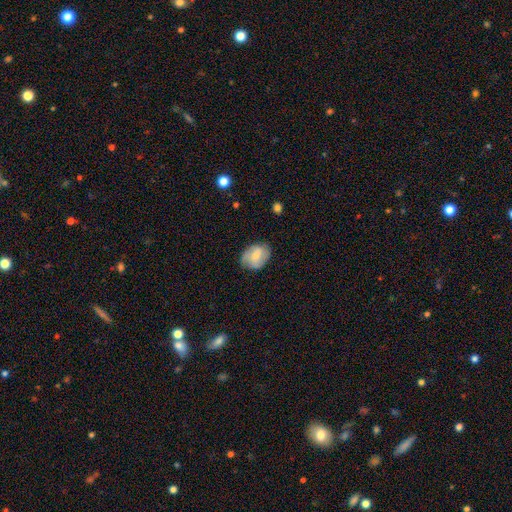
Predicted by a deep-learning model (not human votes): Smooth or featured? Predicted: smooth (p=0.59). How rounded? Predicted: in between (p=0.69). Merging? Predicted: none (p=0.73).